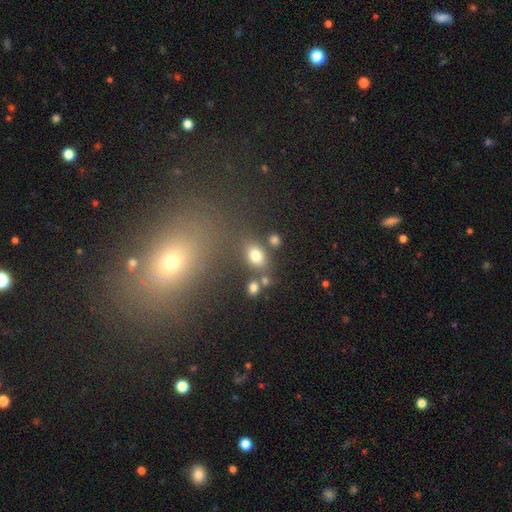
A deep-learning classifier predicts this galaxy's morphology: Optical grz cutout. It shows a smooth galaxy with no disk features (77%) that is in between round and cigar-shaped (67%). Merging: none (68%).